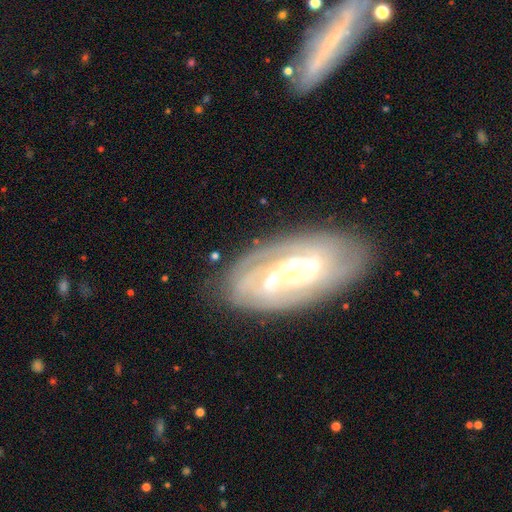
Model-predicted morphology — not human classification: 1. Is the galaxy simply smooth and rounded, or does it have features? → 77% featured or disk, 15% smooth, 8% star or artifact.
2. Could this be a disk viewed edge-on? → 92% no, 8% yes.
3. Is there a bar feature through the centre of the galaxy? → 51% no, 34% weak, 15% strong.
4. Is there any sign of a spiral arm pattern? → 86% yes, 14% no.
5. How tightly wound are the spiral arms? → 63% tight, 28% medium, 9% loose.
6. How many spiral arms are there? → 39% can't tell, 35% 2, 11% 3, 5% 4, 5% 1, 4% more than 4.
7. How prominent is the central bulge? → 62% small, 28% moderate, 5% none, 4% large, 1% dominant.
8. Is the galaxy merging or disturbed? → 76% none, 15% minor disturbance, 6% major disturbance, 3% merger.